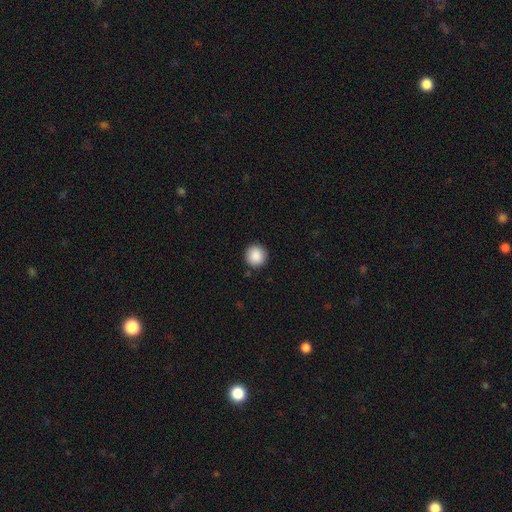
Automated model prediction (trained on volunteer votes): smooth-or-featured: smooth: 89% | star or artifact: 8% | featured or disk: 3%
  how-rounded: round: 95% | in between: 4% | cigar-shaped: 1%
  merging: none: 91% | minor disturbance: 6% | major disturbance: 2% | merger: 1%